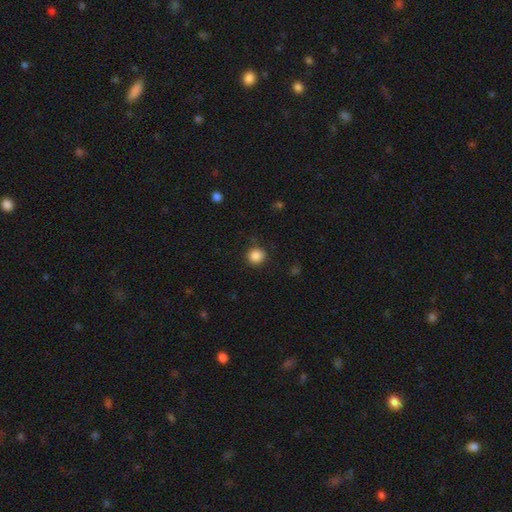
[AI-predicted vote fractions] This appears to be a smooth galaxy with no disk features (87%) that is round (89%). Merging: none (87%).